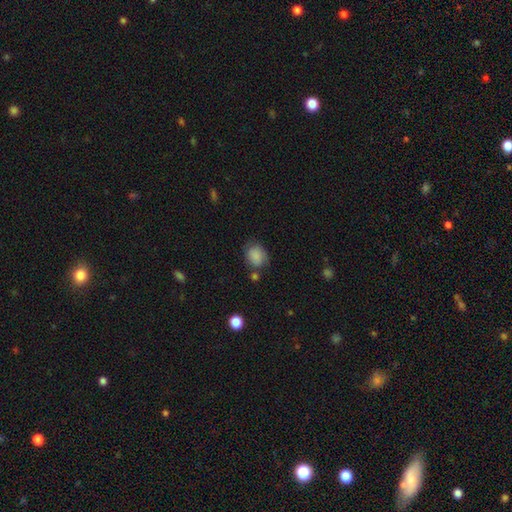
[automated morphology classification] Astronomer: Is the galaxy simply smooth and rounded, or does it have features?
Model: smooth — 81%.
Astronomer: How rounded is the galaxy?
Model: round — 51% (runner-up: in between, 48%).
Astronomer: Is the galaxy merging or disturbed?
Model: none — 58%.